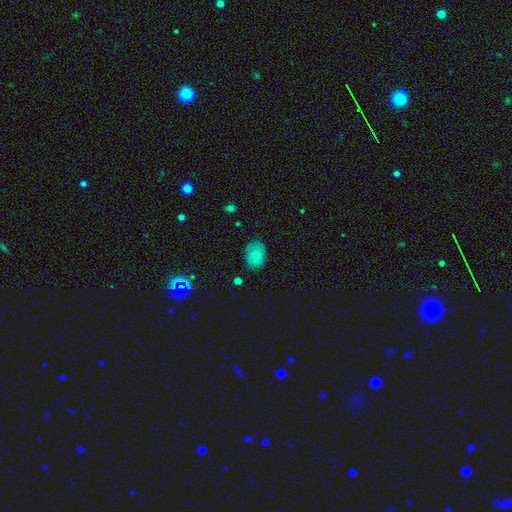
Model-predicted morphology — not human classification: Smooth or featured? Predicted: smooth (p=0.79). How rounded? Predicted: in between (p=0.77). Merging? Predicted: none (p=0.75).